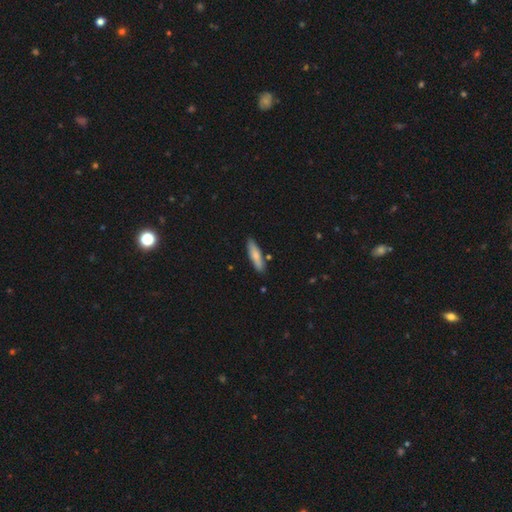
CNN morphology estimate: A smooth galaxy with no disk features (76%) that is cigar-shaped (71%). Merging: none (85%).